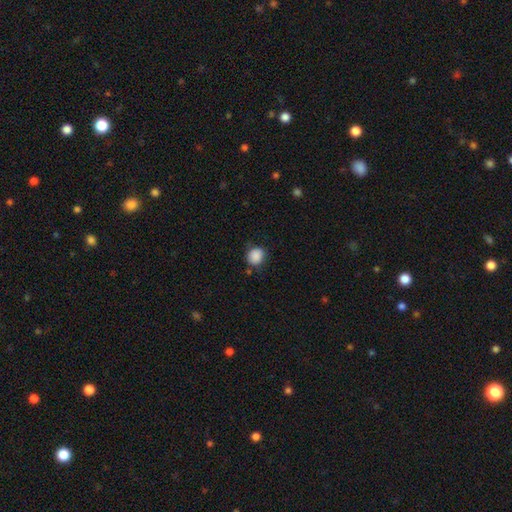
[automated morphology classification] The model was most divided on "how rounded": round: 71%, in between: 28%, cigar-shaped: 1%. More confident: smooth or featured — smooth (88%); merging — none (76%).